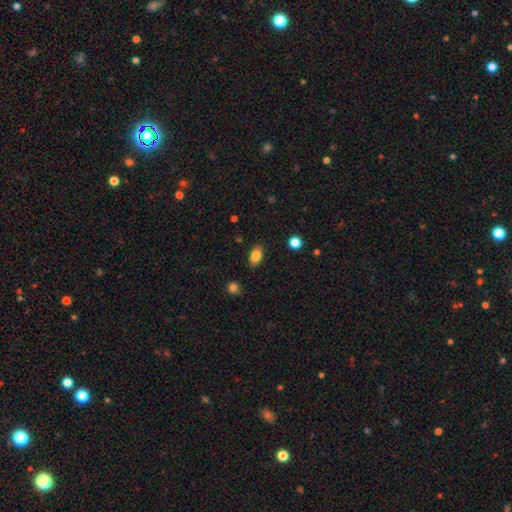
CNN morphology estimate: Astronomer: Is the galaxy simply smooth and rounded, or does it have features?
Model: smooth — 83%.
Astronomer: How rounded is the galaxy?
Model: in between — 91%.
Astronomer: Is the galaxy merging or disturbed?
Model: none — 86%.